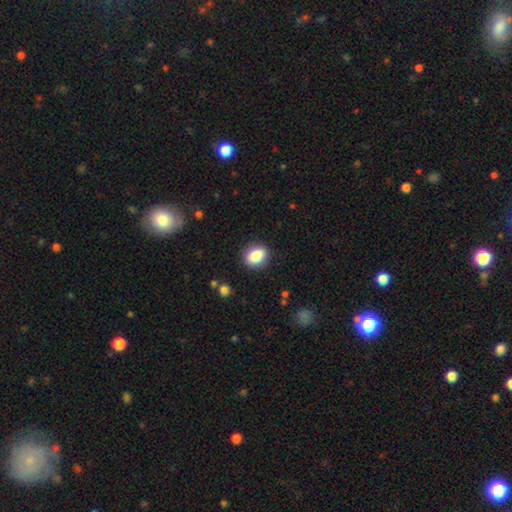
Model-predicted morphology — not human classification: This is clearly a smooth galaxy (85%). How rounded: possibly in between (52%). Merging: clearly none (88%).